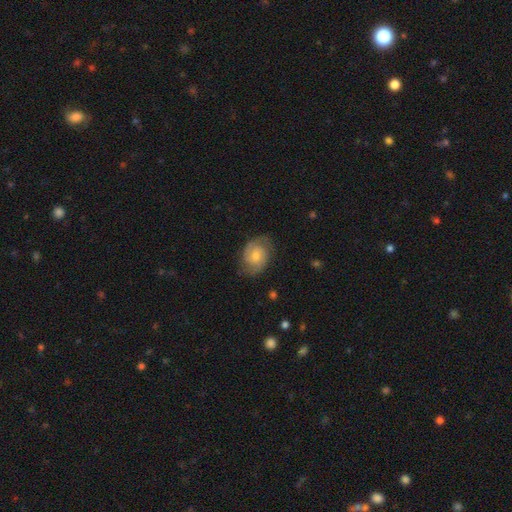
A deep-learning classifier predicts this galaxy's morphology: Smooth or featured? featured or disk (64%)
Edge-on disk? no (97%)
Bar? no (65%)
Spiral arms? yes (92%)
Spiral winding? medium (44%)
Spiral arm count? 2 (81%)
Bulge size? moderate (48%)
Merging? none (74%)